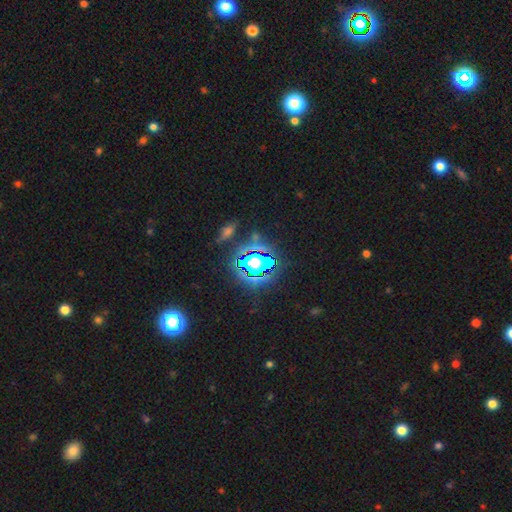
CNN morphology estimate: Q: Smooth or featured?
A: star or artifact (80%); runner-up: smooth (13%)